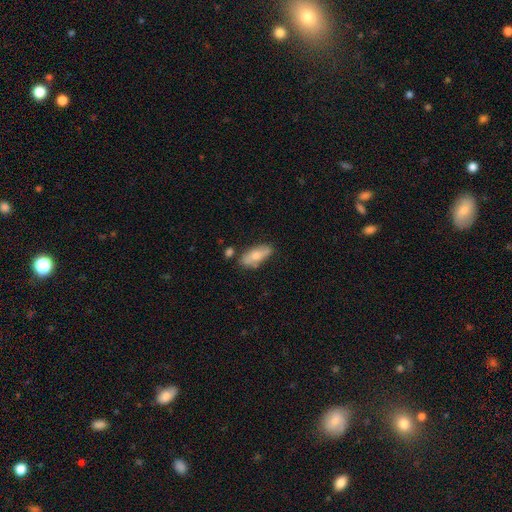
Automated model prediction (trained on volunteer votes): Q: Smooth or featured?
A: smooth (66%); runner-up: featured or disk (27%)
Q: How rounded?
A: in between (78%); runner-up: cigar-shaped (19%)
Q: Merging?
A: none (67%); runner-up: minor disturbance (20%)